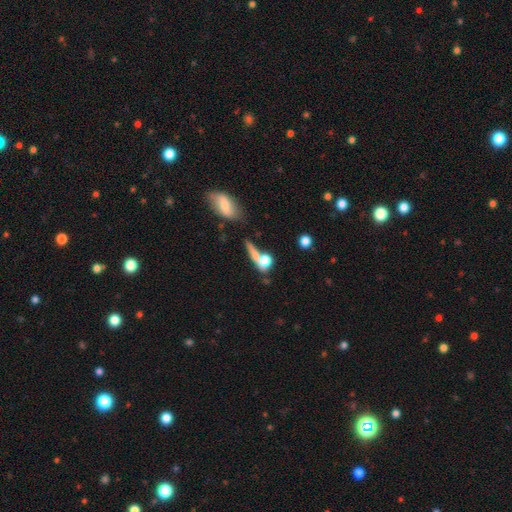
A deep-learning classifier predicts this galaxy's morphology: smooth 68%, featured or disk 21%, star or artifact 11%. Down the decision tree: how rounded — round (41%); merging — merger (39%).